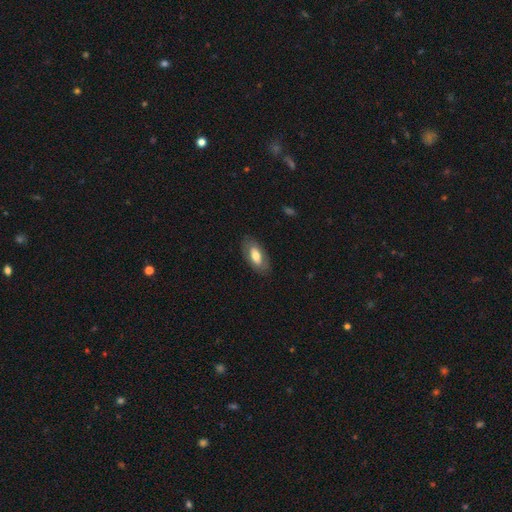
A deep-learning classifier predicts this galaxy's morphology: smooth_or_featured: smooth (p=0.63) [alt: featured or disk p=0.30]
how_rounded: in between (p=0.89) [alt: cigar-shaped p=0.07]
merging: none (p=0.82) [alt: minor disturbance p=0.13]